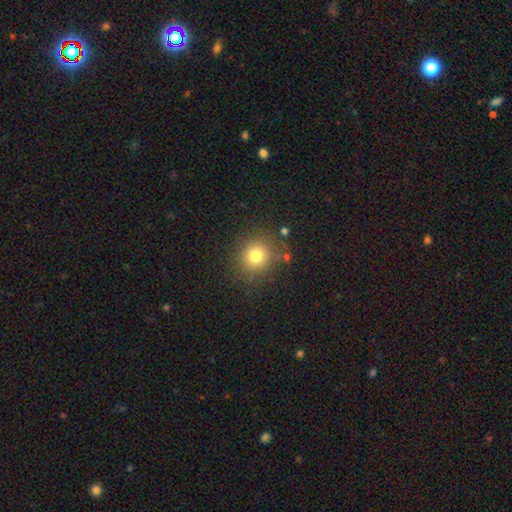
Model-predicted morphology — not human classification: Smooth or featured? smooth (77%)
How rounded? round (85%)
Merging? none (83%)